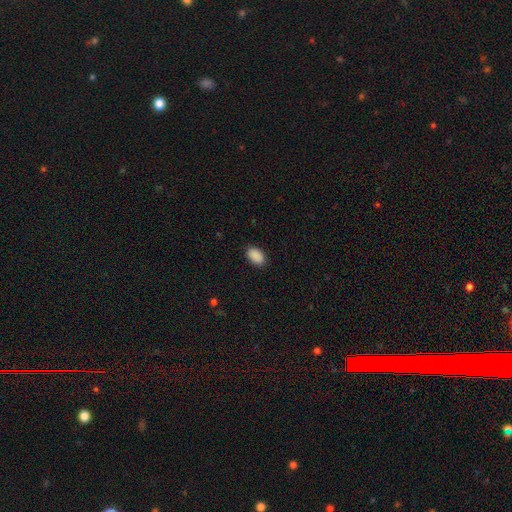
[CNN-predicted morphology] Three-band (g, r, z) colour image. It shows a smooth galaxy with no disk features (91%) that is in between round and cigar-shaped (91%). Merging: none (88%).